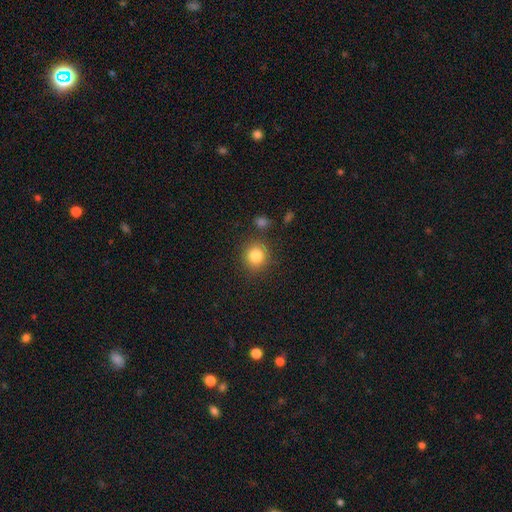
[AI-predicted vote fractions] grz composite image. It shows a smooth galaxy with no disk features (84%) that is round (88%). Merging: none (85%).